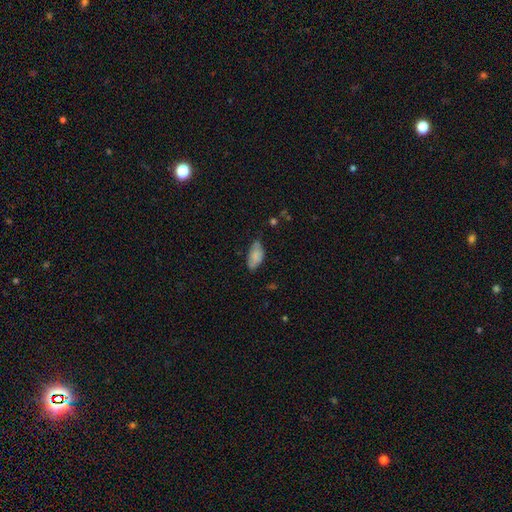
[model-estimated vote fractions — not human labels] Q: Smooth or featured?
A: smooth (75%); runner-up: featured or disk (17%)
Q: How rounded?
A: in between (92%); runner-up: cigar-shaped (5%)
Q: Merging?
A: none (55%); runner-up: minor disturbance (34%)